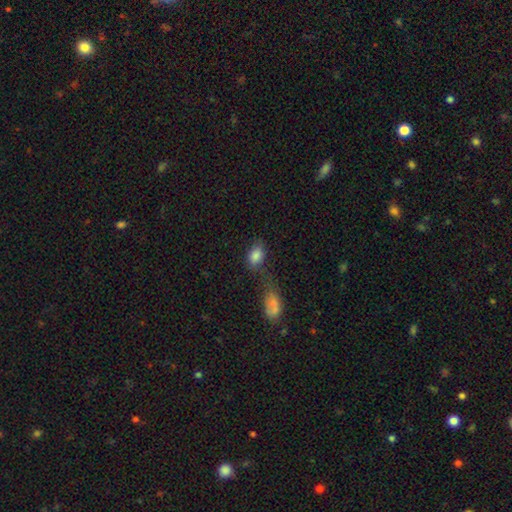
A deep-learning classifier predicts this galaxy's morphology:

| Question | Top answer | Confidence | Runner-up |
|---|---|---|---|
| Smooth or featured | smooth | 83% | star or artifact (9%) |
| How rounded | in between | 84% | round (13%) |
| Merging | none | 43% | merger (33%) |